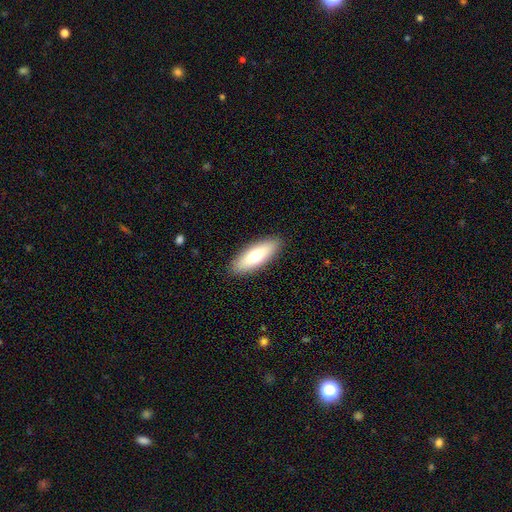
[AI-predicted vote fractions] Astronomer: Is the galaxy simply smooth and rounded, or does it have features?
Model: smooth — 68%.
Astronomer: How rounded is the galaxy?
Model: in between — 64%.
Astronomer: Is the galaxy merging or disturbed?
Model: none — 89%.